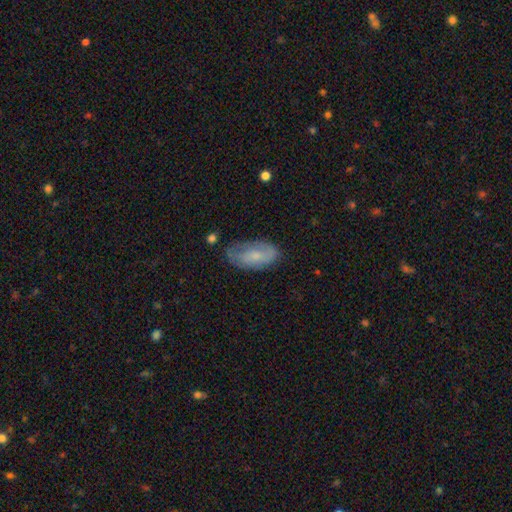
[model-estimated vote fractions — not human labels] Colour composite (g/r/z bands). It shows a smooth galaxy with no disk features (55%) that is in between round and cigar-shaped (92%). Merging: none (59%).